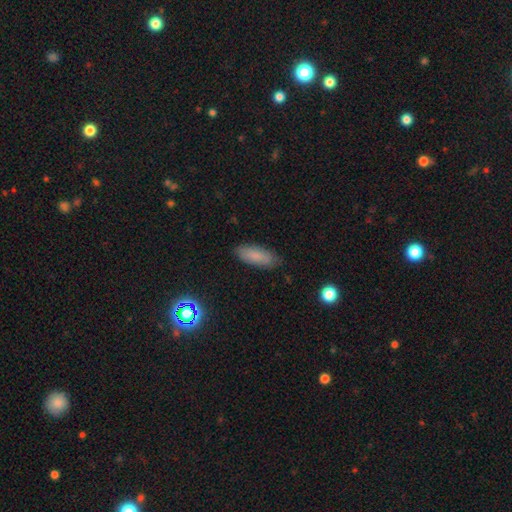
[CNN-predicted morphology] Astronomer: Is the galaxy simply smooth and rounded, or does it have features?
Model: smooth — 81%.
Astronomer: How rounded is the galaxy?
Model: in between — 72%.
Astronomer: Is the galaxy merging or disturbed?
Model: none — 82%.